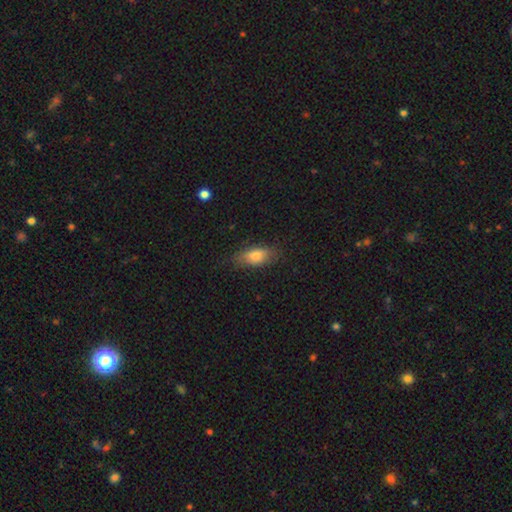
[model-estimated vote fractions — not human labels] A smooth galaxy with no disk features (78%) that is in between round and cigar-shaped (82%).

Vote fractions:
- Smooth or featured? smooth: 78% / featured or disk: 14% / star or artifact: 8%
- How rounded? in between: 82% / cigar-shaped: 14% / round: 4%
- Merging? none: 79% / minor disturbance: 16% / major disturbance: 4% / merger: 1%